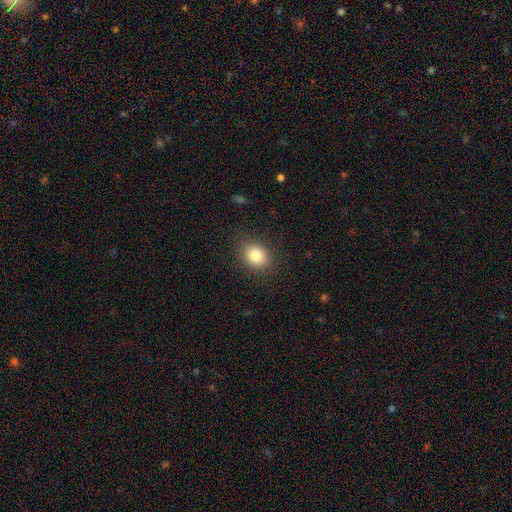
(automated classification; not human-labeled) Smooth or featured: smooth — 82% (star or artifact — 10%)
How rounded: in between — 50% (round — 49%)
Merging: none — 85% (minor disturbance — 10%)